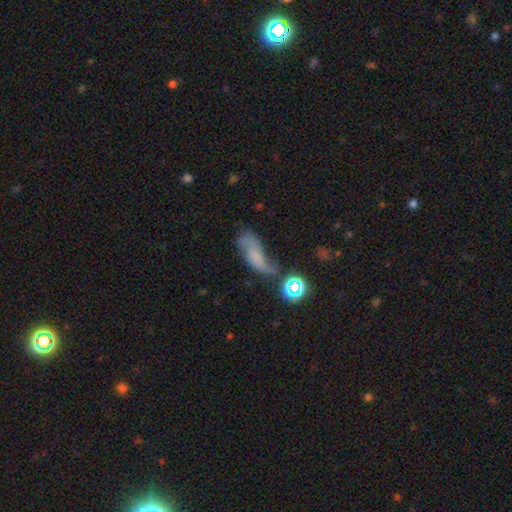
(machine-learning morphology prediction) Smooth or featured? smooth (45%)
Merging? none (35%)